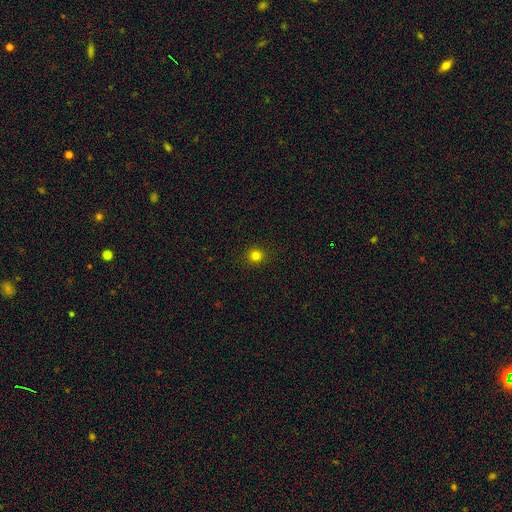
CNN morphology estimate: Smooth or featured: smooth — 80% (star or artifact — 15%)
How rounded: round — 93% (in between — 6%)
Merging: none — 92% (minor disturbance — 5%)